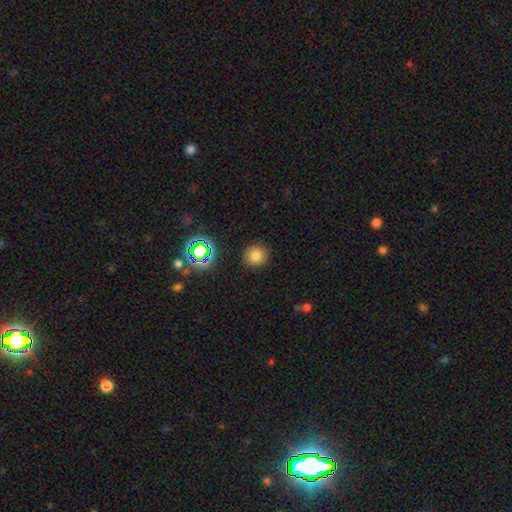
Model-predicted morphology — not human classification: Overall: smooth (76%). How rounded: round (91%). Merging: none (88%).